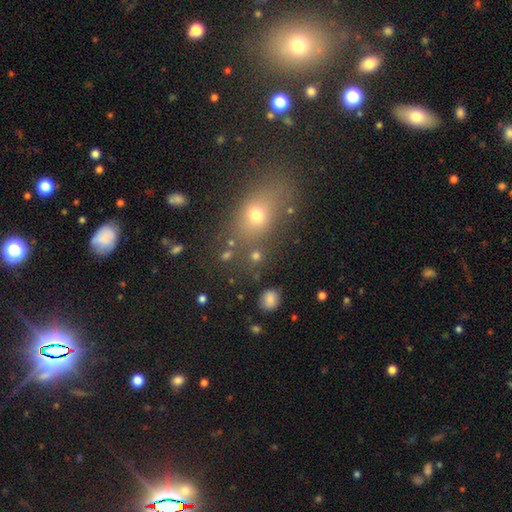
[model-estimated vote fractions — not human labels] Q: Smooth or featured?
A: smooth (69%); runner-up: star or artifact (20%)
Q: How rounded?
A: round (59%); runner-up: in between (37%)
Q: Merging?
A: none (71%); runner-up: merger (12%)